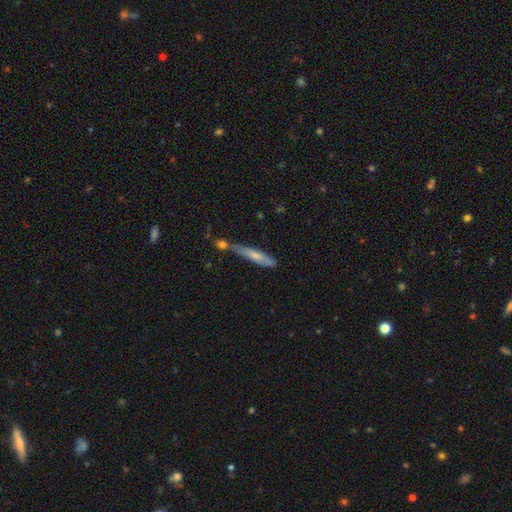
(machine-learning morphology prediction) A smooth galaxy with no disk features (58%) that is cigar-shaped (88%). Merging: none (45%).